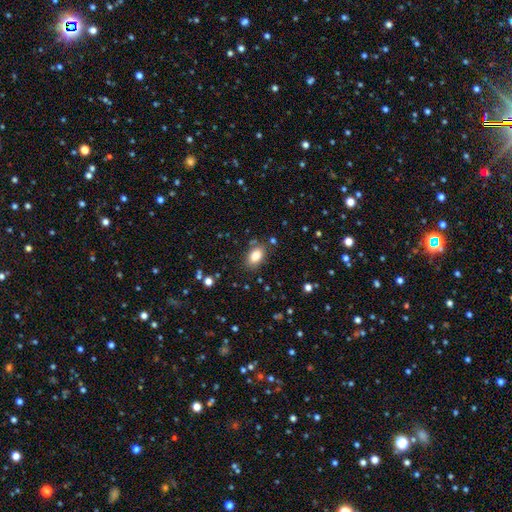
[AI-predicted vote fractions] Overall: smooth (84%). How rounded: in between (88%). Merging: none (82%).